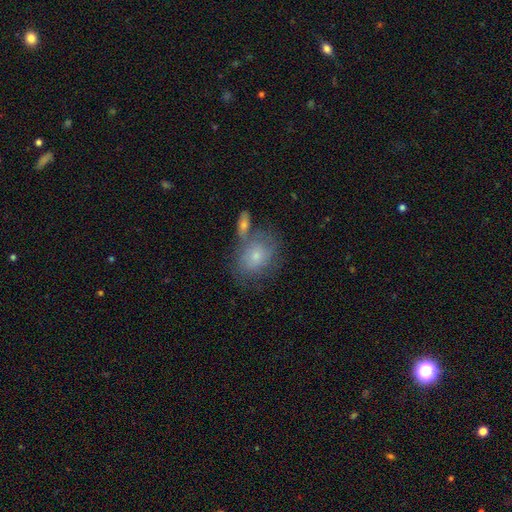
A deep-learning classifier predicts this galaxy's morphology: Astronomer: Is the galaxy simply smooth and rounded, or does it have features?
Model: smooth — 65%.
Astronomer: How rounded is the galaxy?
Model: in between — 61% (runner-up: round, 37%).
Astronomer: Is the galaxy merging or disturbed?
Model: none — 49% (runner-up: merger, 25%).